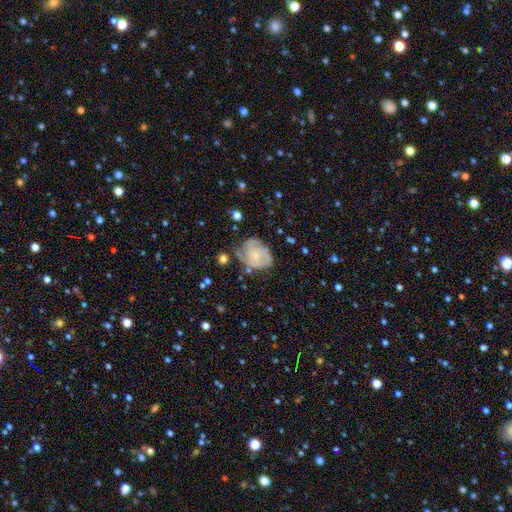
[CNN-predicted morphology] This appears to be a featured or disk galaxy (64%) with no bar (75%), tight (49%) spiral arms (83%) and a small central bulge (63%). Merging: none (54%).